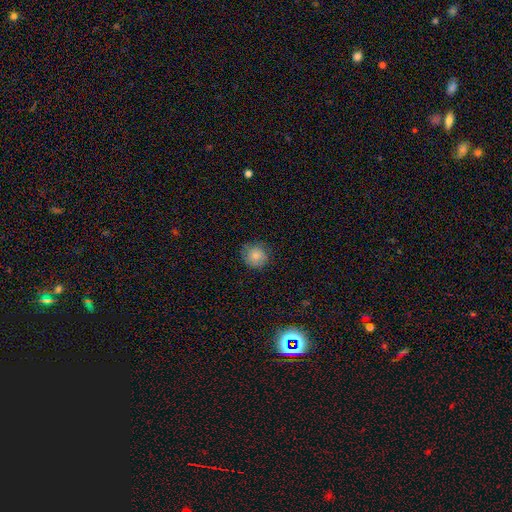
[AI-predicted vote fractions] This appears to be a smooth galaxy with no disk features (82%) that is round (91%). Merging: none (77%).